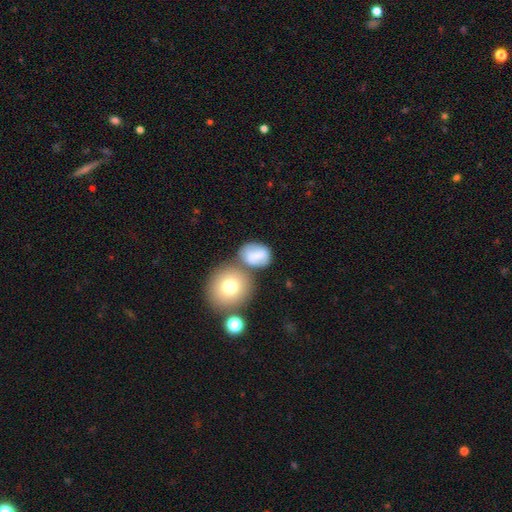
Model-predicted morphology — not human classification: Smooth or featured?
  - smooth: 73% *
  - featured or disk: 18%
  - star or artifact: 9%
How rounded?
  - in between: 55% *
  - round: 43%
  - cigar-shaped: 2%
Merging?
  - none: 48% *
  - merger: 25%
  - minor disturbance: 19%
  - major disturbance: 8%